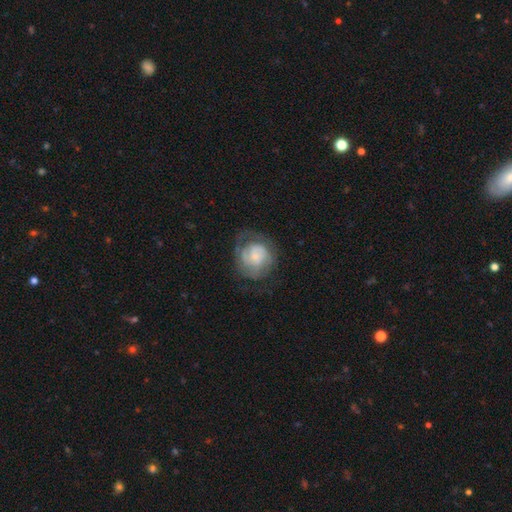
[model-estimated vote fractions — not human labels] The model was most divided on "spiral arm count": 2: 41%, can't tell: 32%, 3: 12%, 1: 7%, 4: 4%, more than 4: 4%. More confident: edge-on disk — no (98%); spiral arms — yes (87%); bar — no (74%); smooth or featured — featured or disk (64%); merging — none (63%); bulge size — small (61%); spiral winding — tight (57%).